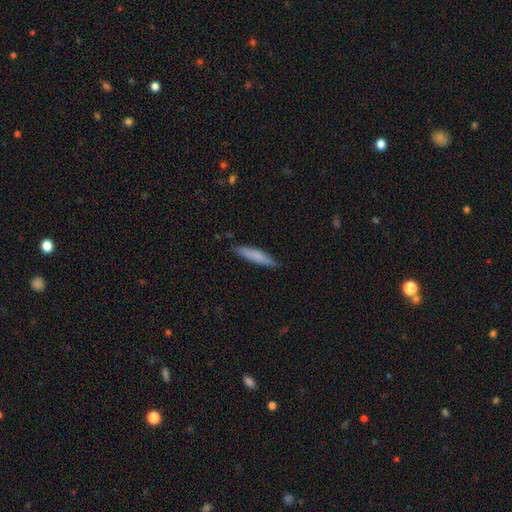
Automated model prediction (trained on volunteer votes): Q: Smooth or featured?
A: smooth (76%); runner-up: featured or disk (18%)
Q: How rounded?
A: cigar-shaped (90%); runner-up: in between (9%)
Q: Merging?
A: none (87%); runner-up: minor disturbance (10%)